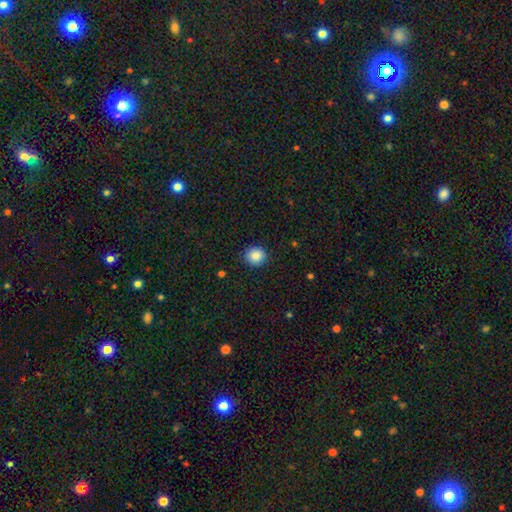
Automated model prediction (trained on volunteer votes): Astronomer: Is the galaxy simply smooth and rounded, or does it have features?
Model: smooth — 88%.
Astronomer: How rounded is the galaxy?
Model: round — 82%.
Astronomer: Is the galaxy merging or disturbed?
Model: none — 88%.